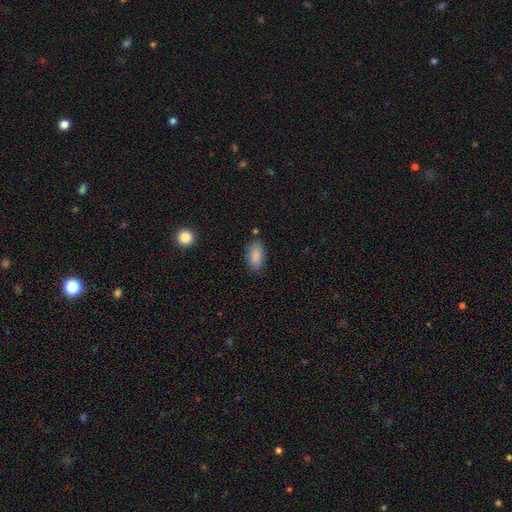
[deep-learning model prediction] A smooth galaxy with no disk features (88%) that is in between round and cigar-shaped (91%). Merging: none (79%).